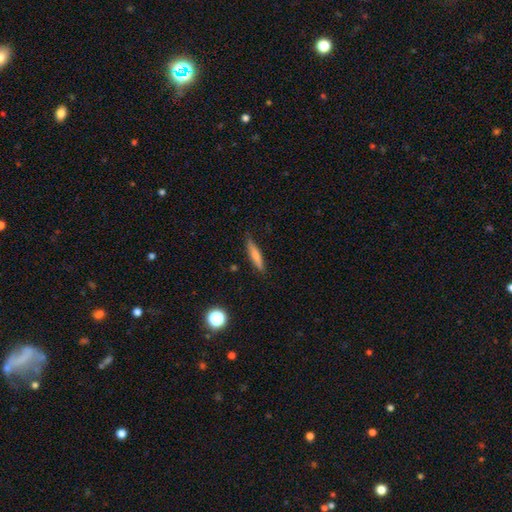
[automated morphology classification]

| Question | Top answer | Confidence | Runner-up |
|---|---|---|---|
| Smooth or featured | smooth | 71% | featured or disk (22%) |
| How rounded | cigar-shaped | 86% | in between (12%) |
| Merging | none | 82% | minor disturbance (14%) |